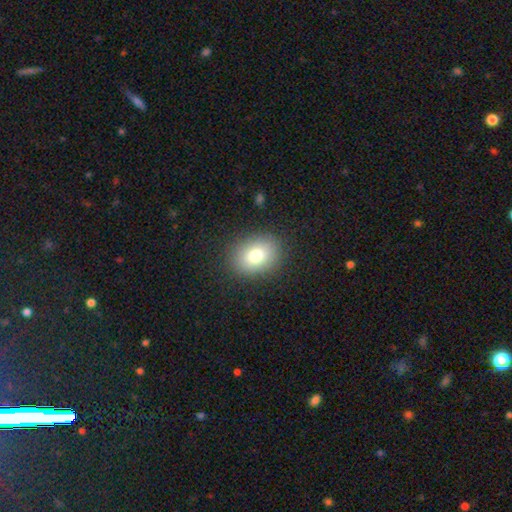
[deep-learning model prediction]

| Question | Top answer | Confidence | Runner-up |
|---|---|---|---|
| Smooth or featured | smooth | 80% | star or artifact (10%) |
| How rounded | in between | 56% | round (43%) |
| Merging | none | 87% | minor disturbance (9%) |